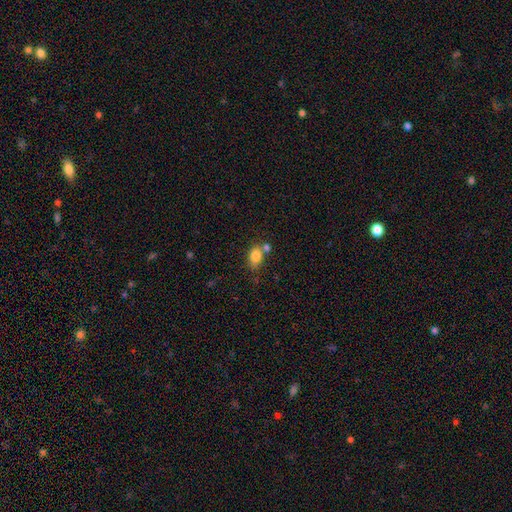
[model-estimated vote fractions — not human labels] Overall: smooth (82%). How rounded: in between (78%). Merging: none (53%; merger 26%).